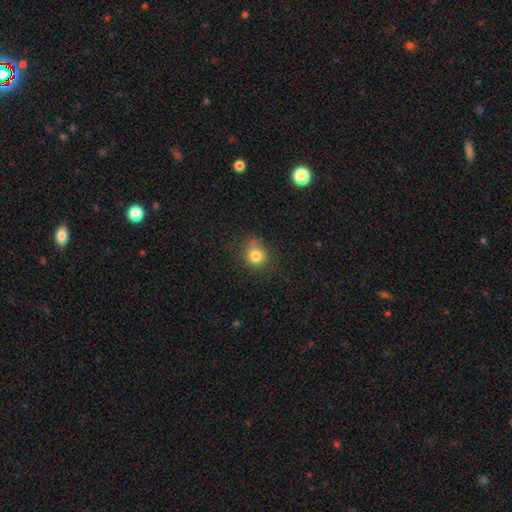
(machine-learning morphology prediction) The model was most divided on "merging": none: 72%, minor disturbance: 20%, major disturbance: 7%, merger: 2%. More confident: smooth or featured — smooth (81%); how rounded — round (78%).